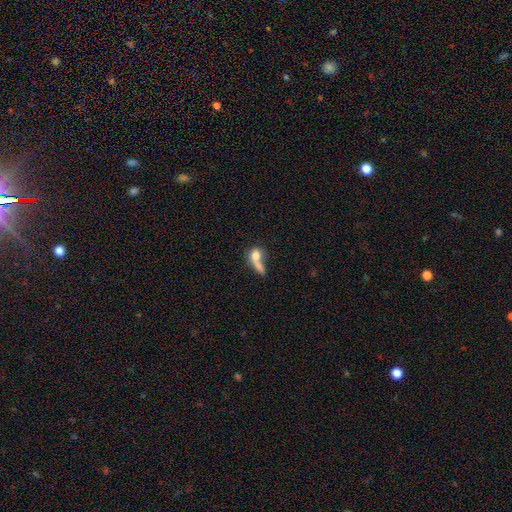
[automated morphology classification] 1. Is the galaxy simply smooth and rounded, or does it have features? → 70% smooth, 21% featured or disk, 9% star or artifact.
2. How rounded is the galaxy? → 46% round, 42% in between, 12% cigar-shaped.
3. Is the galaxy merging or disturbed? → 48% merger, 25% none, 16% major disturbance, 11% minor disturbance.